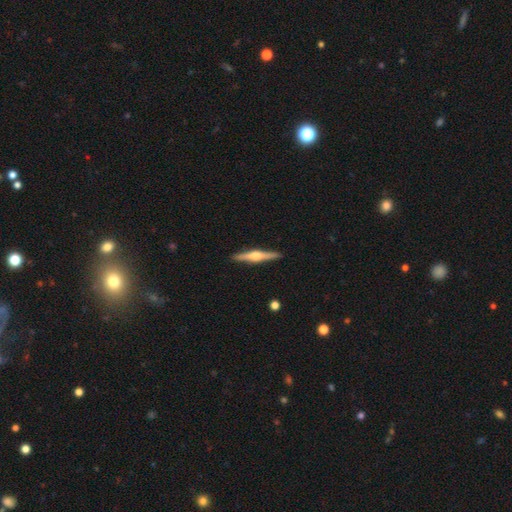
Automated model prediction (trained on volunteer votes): Q: Smooth or featured?
A: featured or disk (75%); runner-up: smooth (20%)
Q: Edge-on disk?
A: yes (98%); runner-up: no (2%)
Q: Edge-on bulge?
A: rounded (90%); runner-up: boxy (7%)
Q: Merging?
A: none (92%); runner-up: minor disturbance (6%)